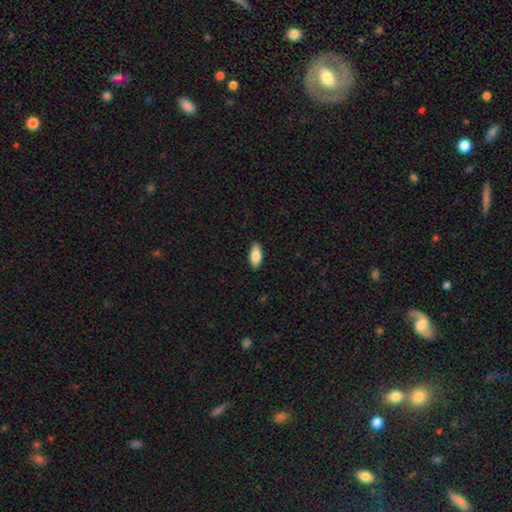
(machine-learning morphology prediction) smooth 84%, featured or disk 10%, star or artifact 6%. Down the decision tree: how rounded — in between (87%); merging — none (89%).